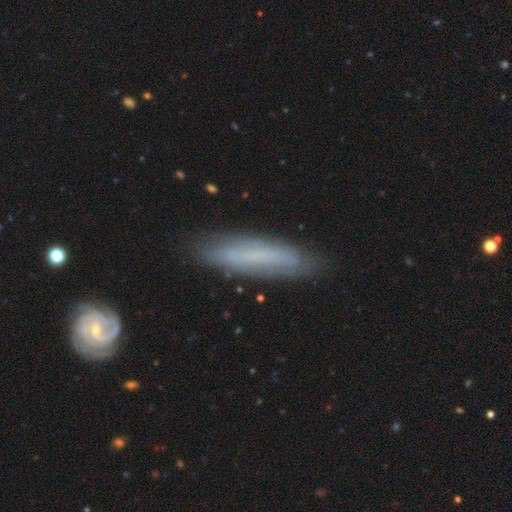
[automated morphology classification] smooth-or-featured: smooth: 49% | featured or disk: 43% | star or artifact: 8%
  merging: none: 79% | minor disturbance: 15% | major disturbance: 4% | merger: 2%